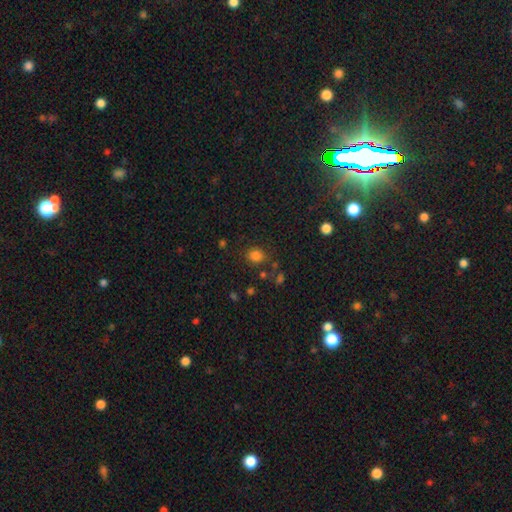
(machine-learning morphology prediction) This appears to be a smooth galaxy with no disk features (81%) that is round (76%). Merging: none (80%).